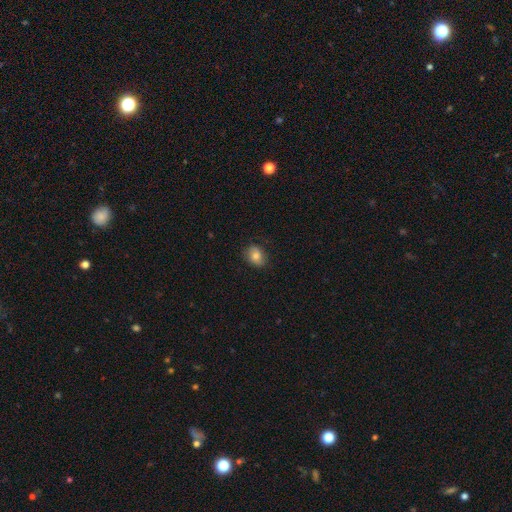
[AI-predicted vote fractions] Smooth or featured?
  - smooth: 80% *
  - featured or disk: 12%
  - star or artifact: 9%
How rounded?
  - in between: 60% *
  - round: 39%
  - cigar-shaped: 1%
Merging?
  - none: 81% *
  - minor disturbance: 15%
  - major disturbance: 3%
  - merger: 1%